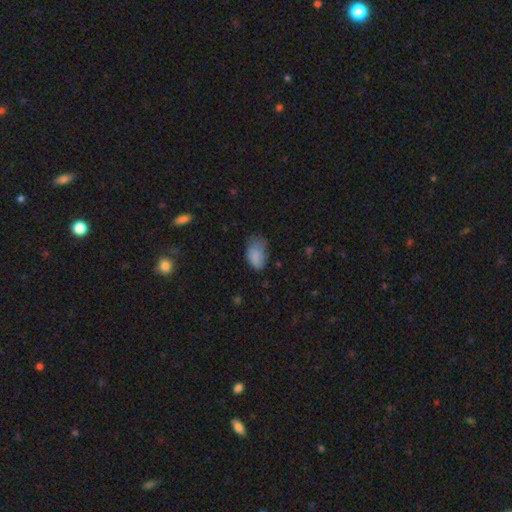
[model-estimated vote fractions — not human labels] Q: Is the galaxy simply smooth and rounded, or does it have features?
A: smooth — 83%.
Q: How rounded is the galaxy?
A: in between — 91%.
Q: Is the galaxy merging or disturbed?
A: none — 49%.